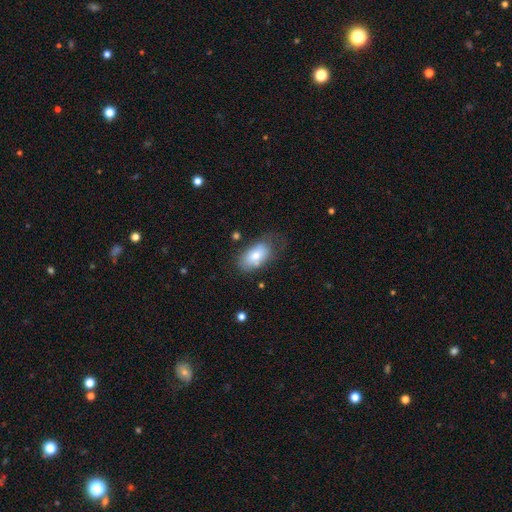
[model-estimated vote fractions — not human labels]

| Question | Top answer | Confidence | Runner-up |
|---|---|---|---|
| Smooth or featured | smooth | 75% | featured or disk (18%) |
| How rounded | in between | 92% | round (5%) |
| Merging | none | 57% | minor disturbance (27%) |